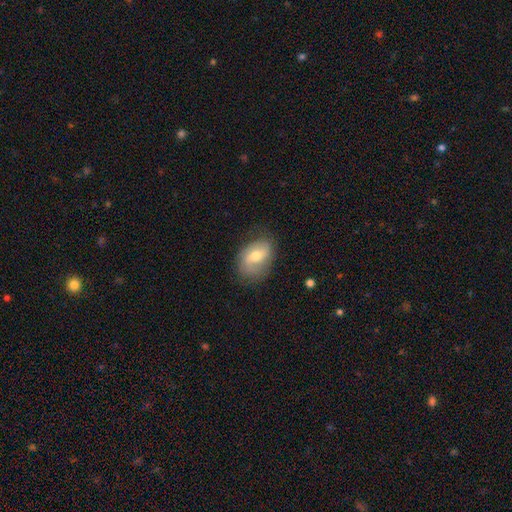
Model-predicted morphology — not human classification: Smooth or featured: featured or disk — 47% (smooth — 44%)
Merging: none — 72% (minor disturbance — 21%)